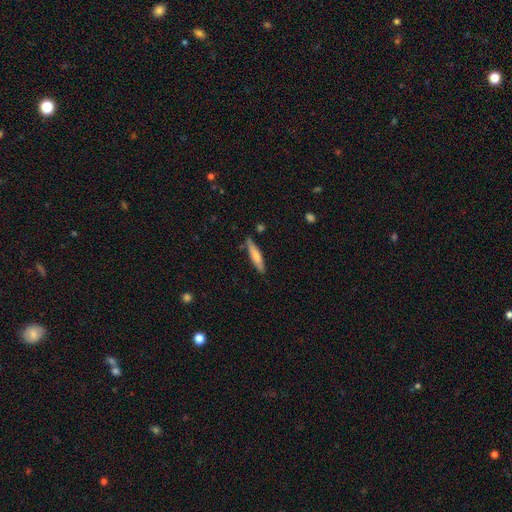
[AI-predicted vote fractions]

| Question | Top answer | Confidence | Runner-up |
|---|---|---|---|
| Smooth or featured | smooth | 69% | featured or disk (25%) |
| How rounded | cigar-shaped | 85% | in between (13%) |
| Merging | none | 80% | minor disturbance (14%) |